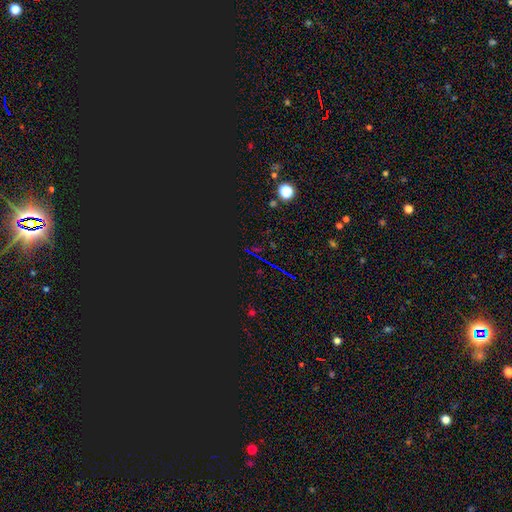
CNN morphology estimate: This is clearly a star or artifact rather than a galaxy (81%).